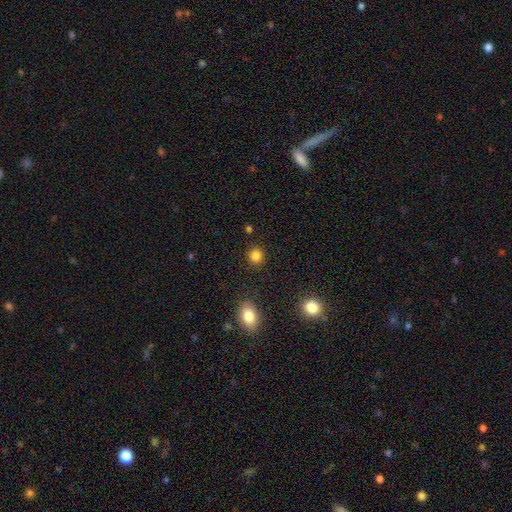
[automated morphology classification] This appears to be a smooth galaxy with no disk features (84%) that is round (84%). Merging: none (88%).